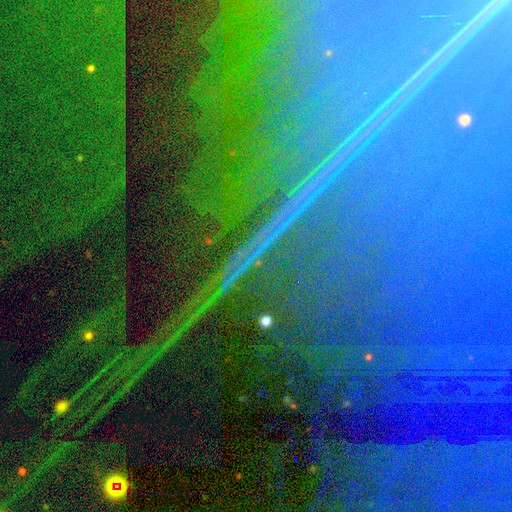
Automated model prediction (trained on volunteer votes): Overall: star or artifact (86%).